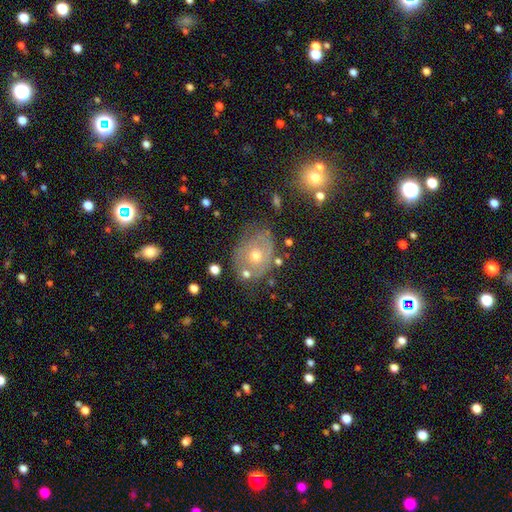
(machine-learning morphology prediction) type=featured or disk (53%); edge-on=no (94%); merging=none (63%).